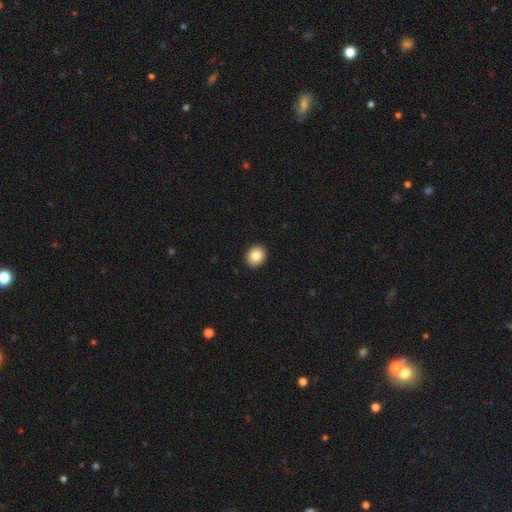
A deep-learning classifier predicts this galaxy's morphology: Smooth or featured? Predicted: smooth (p=0.84). How rounded? Predicted: round (p=0.67). Merging? Predicted: none (p=0.92).